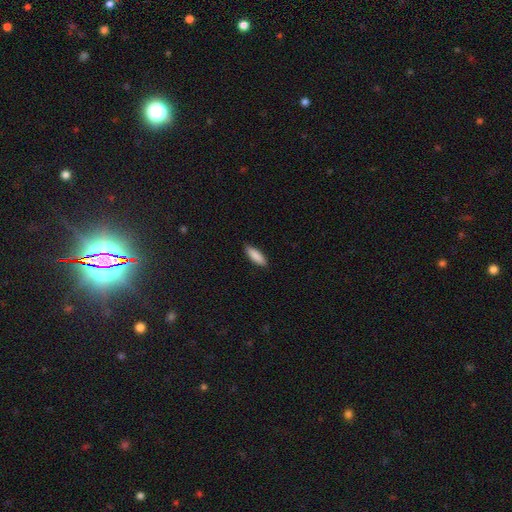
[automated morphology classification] Overall: smooth (89%). How rounded: in between (54%; cigar-shaped 44%). Merging: none (87%).